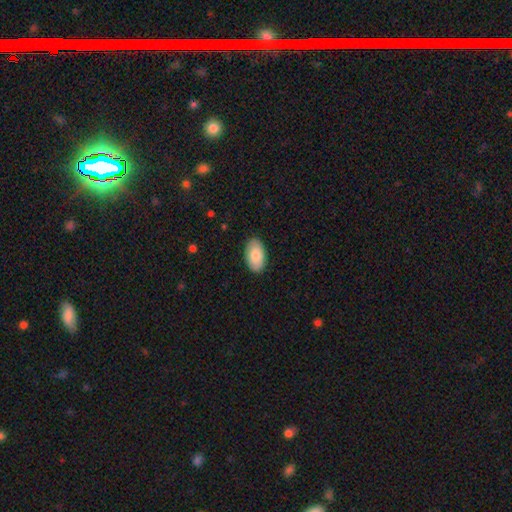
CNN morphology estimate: This is clearly a smooth galaxy (83%). How rounded: clearly in between (95%). Merging: clearly none (88%).